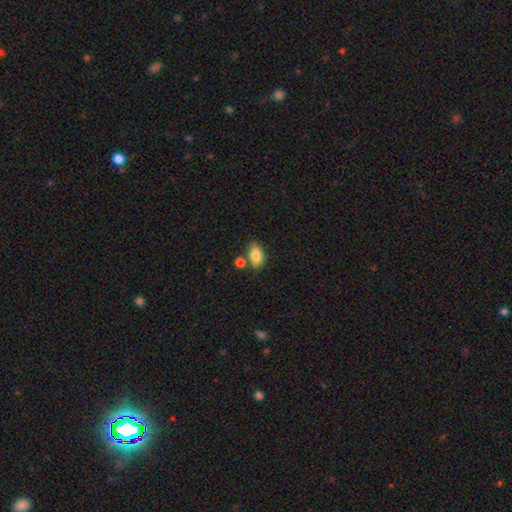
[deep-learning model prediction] smooth_or_featured: smooth (p=0.85) [alt: star or artifact p=0.08]
how_rounded: in between (p=0.89) [alt: round p=0.09]
merging: none (p=0.65) [alt: merger p=0.15]